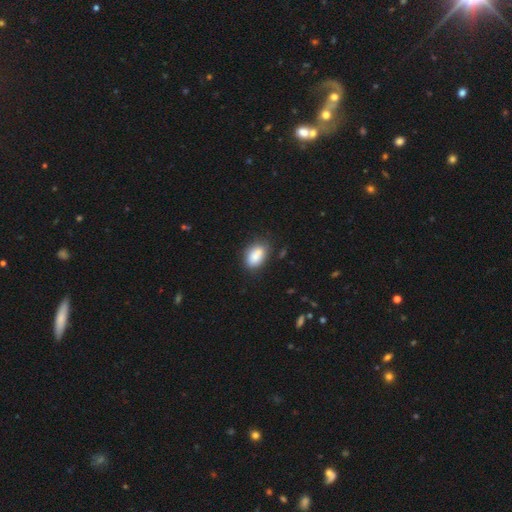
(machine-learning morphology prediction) smooth_or_featured: smooth (p=0.84) [alt: featured or disk p=0.08]
how_rounded: in between (p=0.87) [alt: round p=0.11]
merging: none (p=0.67) [alt: minor disturbance p=0.20]